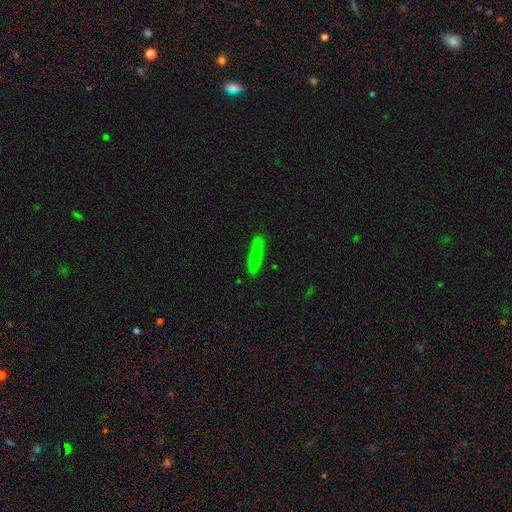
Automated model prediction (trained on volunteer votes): Morphology: type=smooth (77%); roundness=cigar-shaped (81%); merging=none (82%).